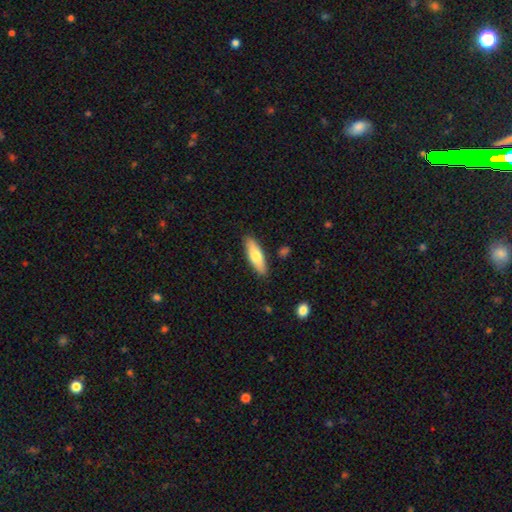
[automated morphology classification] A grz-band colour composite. It shows a smooth galaxy with no disk features (69%) that is cigar-shaped (52%). Merging: none (87%).